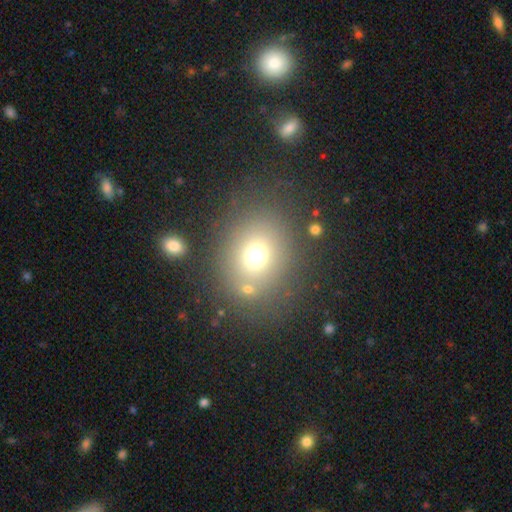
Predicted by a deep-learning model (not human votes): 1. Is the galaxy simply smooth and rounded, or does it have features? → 69% smooth, 18% star or artifact, 13% featured or disk.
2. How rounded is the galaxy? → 64% round, 35% in between, 1% cigar-shaped.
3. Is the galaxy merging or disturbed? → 74% none, 11% minor disturbance, 8% merger, 7% major disturbance.